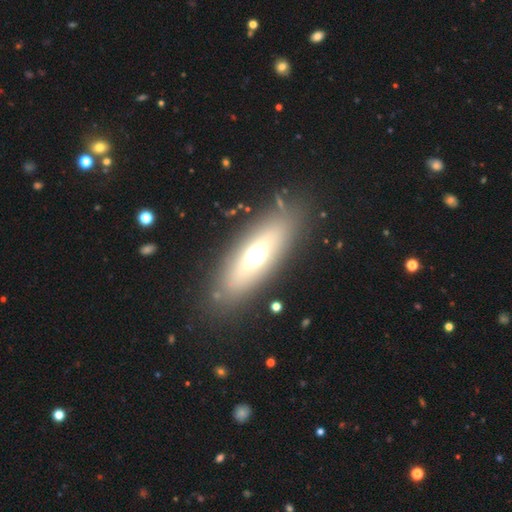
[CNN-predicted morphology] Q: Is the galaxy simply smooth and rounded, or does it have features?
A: smooth — 52%.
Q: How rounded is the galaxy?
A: in between — 62%.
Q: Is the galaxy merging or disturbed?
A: none — 83%.